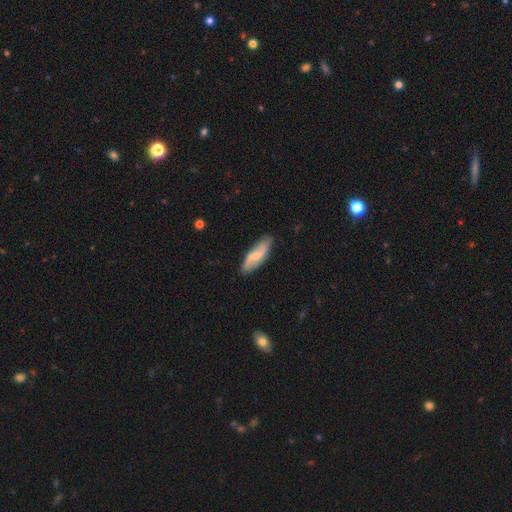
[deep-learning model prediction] featured or disk 53%, smooth 41%, star or artifact 5%. Down the decision tree: edge-on disk — no (85%); merging — none (83%).